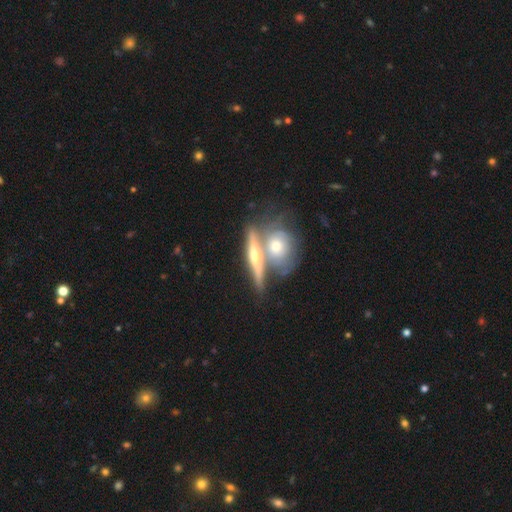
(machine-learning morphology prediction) smooth_or_featured: featured or disk (p=0.70) [alt: smooth p=0.24]
disk_edge_on: yes (p=0.83) [alt: no p=0.17]
edge_on_bulge: rounded (p=0.88) [alt: none p=0.08]
merging: none (p=0.46) [alt: merger p=0.40]